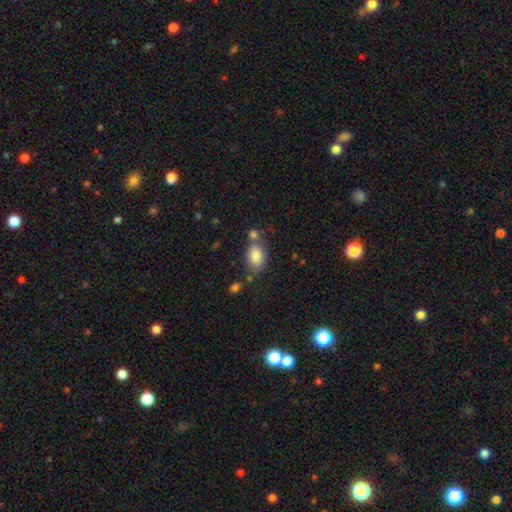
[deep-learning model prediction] Smooth or featured? Predicted: smooth (p=0.85). How rounded? Predicted: in between (p=0.86). Merging? Predicted: none (p=0.59).